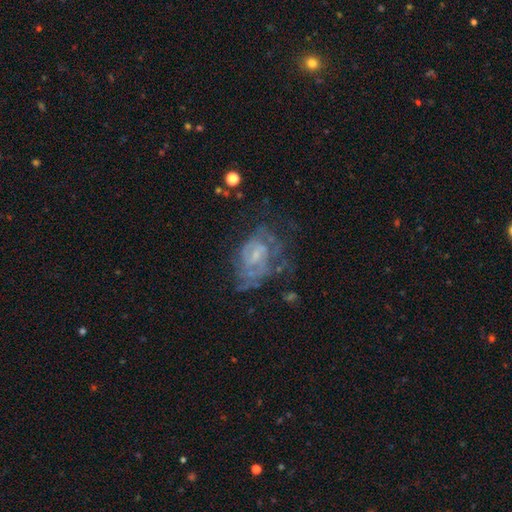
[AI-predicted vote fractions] featured or disk 74%, smooth 15%, star or artifact 11%. Down the decision tree: edge-on disk — no (97%); bar — no (46%); spiral arms — yes (70%); spiral arm count — can't tell (53%); spiral winding — tight (51%); bulge size — small (57%); merging — none (46%).